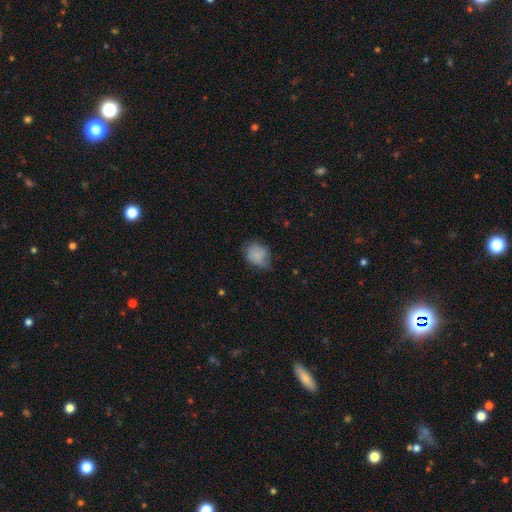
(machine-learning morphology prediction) type=smooth (77%); roundness=in between (53%); merging=none (52%).